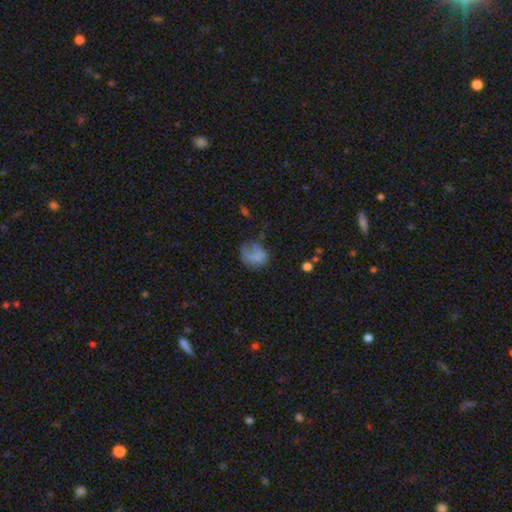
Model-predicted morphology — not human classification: Smooth or featured? smooth (64%)
How rounded? in between (52%)
Merging? major disturbance (36%)